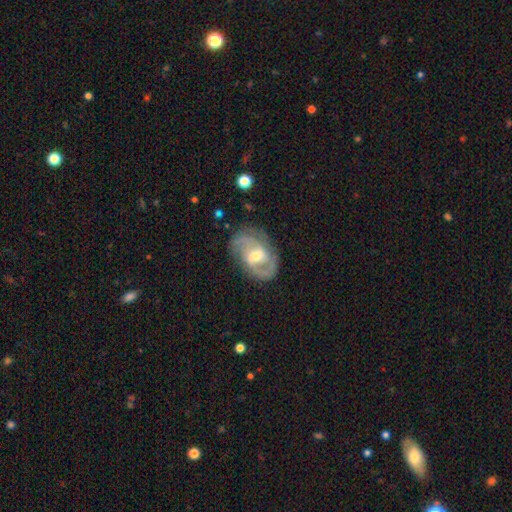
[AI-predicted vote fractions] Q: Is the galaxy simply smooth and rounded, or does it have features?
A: featured or disk — 86%.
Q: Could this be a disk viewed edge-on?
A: no — 97%.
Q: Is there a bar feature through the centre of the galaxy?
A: weak — 57%.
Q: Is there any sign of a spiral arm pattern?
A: yes — 95%.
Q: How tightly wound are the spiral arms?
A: medium — 54%.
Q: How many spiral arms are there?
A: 2 — 78%.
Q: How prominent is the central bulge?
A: moderate — 59%.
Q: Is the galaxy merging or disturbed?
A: none — 74%.